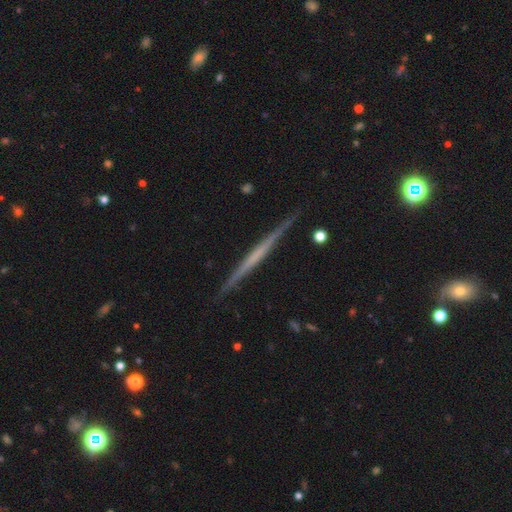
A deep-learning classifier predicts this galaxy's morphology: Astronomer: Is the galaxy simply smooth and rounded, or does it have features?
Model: featured or disk — 67%.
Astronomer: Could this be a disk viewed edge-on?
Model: yes — 98%.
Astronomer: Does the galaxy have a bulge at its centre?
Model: none — 85%.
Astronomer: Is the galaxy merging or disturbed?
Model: none — 90%.